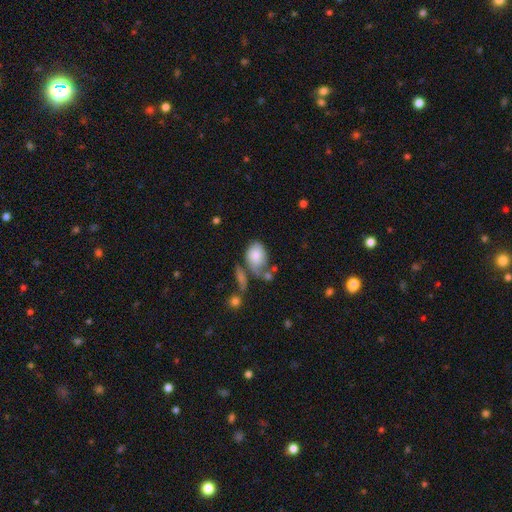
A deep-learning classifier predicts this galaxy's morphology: smooth_or_featured: smooth (p=0.68) [alt: featured or disk p=0.24]
how_rounded: in between (p=0.77) [alt: round p=0.22]
merging: none (p=0.33) [alt: merger p=0.24]